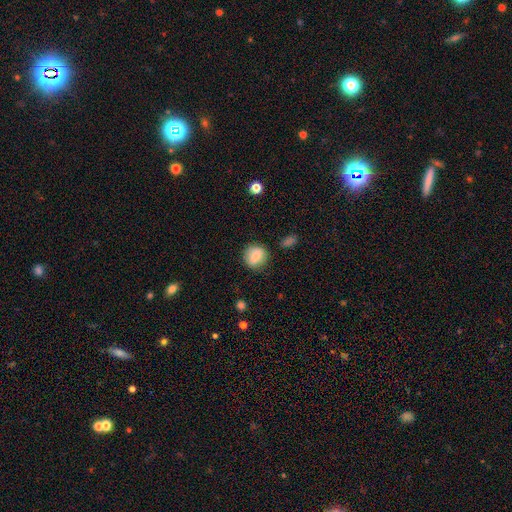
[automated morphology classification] smooth_or_featured: smooth (p=0.82) [alt: featured or disk p=0.10]
how_rounded: round (p=0.71) [alt: in between p=0.27]
merging: none (p=0.79) [alt: minor disturbance p=0.14]